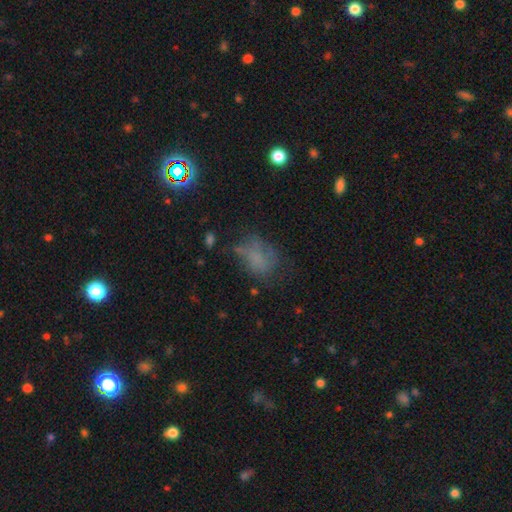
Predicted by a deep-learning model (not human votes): Morphology: type=smooth (52%); roundness=in between (70%); merging=none (43%).